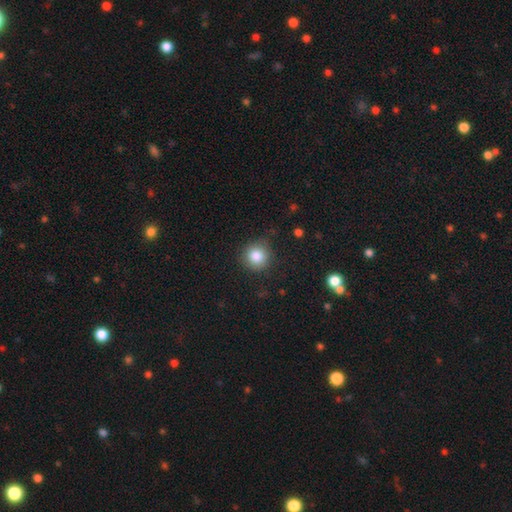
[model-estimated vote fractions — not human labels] Q: Smooth or featured?
A: smooth (85%); runner-up: star or artifact (10%)
Q: How rounded?
A: round (92%); runner-up: in between (7%)
Q: Merging?
A: none (81%); runner-up: minor disturbance (13%)